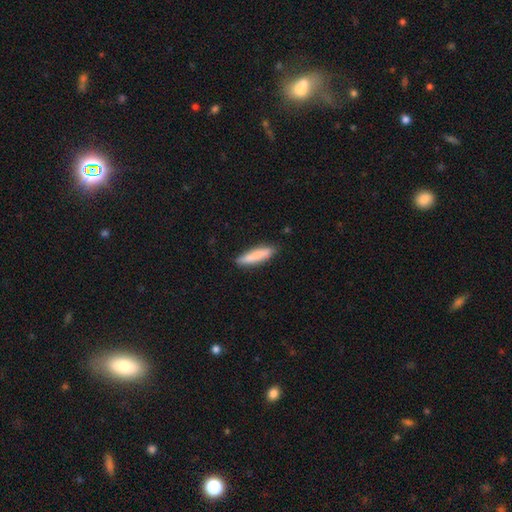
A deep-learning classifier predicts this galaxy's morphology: smooth 83%, featured or disk 11%, star or artifact 6%. Down the decision tree: how rounded — cigar-shaped (80%); merging — none (86%).